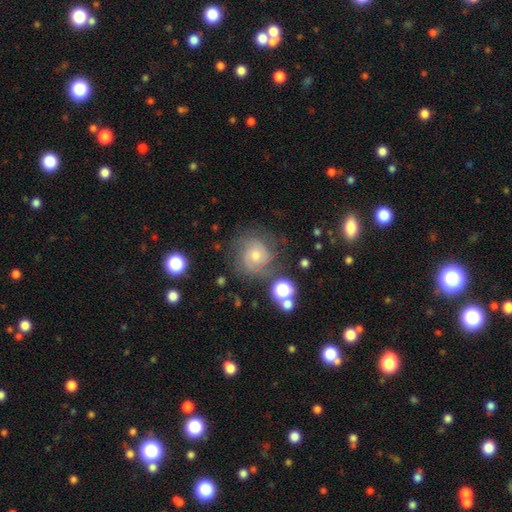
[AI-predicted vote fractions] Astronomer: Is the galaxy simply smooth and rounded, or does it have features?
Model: featured or disk — 61%.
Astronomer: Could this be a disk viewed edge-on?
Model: no — 97%.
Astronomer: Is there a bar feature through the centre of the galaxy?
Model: no — 78%.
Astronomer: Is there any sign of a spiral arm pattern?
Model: yes — 88%.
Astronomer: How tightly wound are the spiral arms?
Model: tight — 61%.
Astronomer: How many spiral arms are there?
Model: can't tell — 36% (runner-up: 2, 30%).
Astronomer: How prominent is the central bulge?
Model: moderate — 52% (runner-up: small, 41%).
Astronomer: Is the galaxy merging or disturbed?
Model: none — 71%.